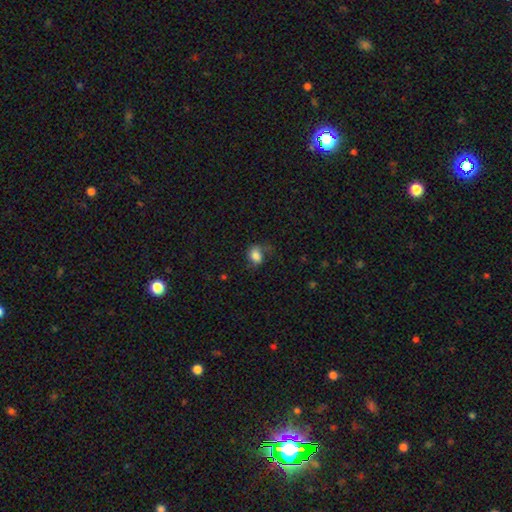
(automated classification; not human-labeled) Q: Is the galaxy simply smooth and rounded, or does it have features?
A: smooth — 77%.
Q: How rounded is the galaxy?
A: in between — 61%.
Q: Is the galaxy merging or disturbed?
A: none — 50%.